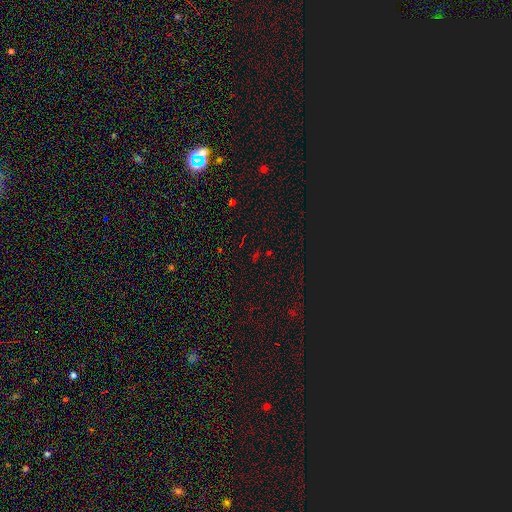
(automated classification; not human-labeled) star or artifact 68%, smooth 22%, featured or disk 10%.